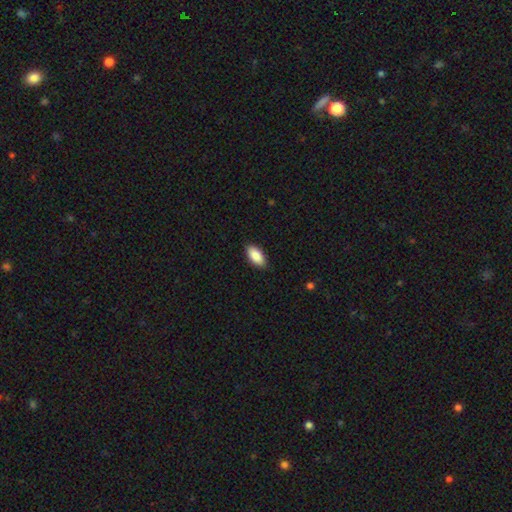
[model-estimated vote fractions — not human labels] This is clearly a smooth galaxy (89%). How rounded: clearly in between (92%). Merging: clearly none (89%).